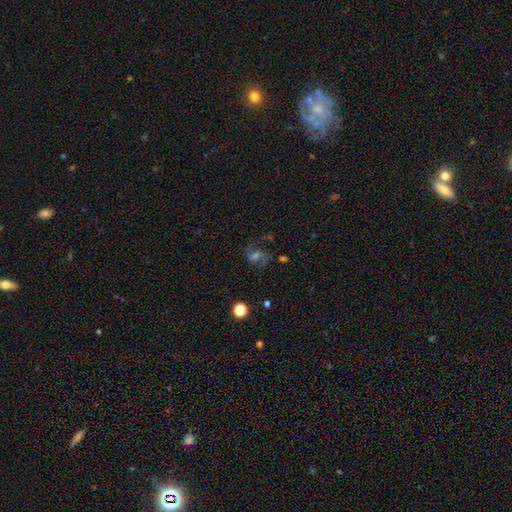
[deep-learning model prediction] Q: Smooth or featured?
A: featured or disk (70%); runner-up: star or artifact (18%)
Q: Edge-on disk?
A: no (97%); runner-up: yes (3%)
Q: Bar?
A: weak (51%); runner-up: no (29%)
Q: Spiral arms?
A: yes (93%); runner-up: no (7%)
Q: Spiral winding?
A: medium (47%); runner-up: loose (42%)
Q: Spiral arm count?
A: 2 (89%); runner-up: can't tell (4%)
Q: Bulge size?
A: small (35%); runner-up: moderate (34%)
Q: Merging?
A: none (71%); runner-up: minor disturbance (14%)